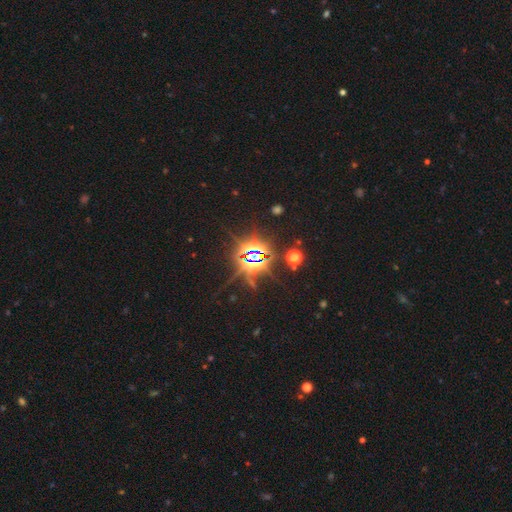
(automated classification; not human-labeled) smooth-or-featured: star or artifact: 82% | featured or disk: 10% | smooth: 8%